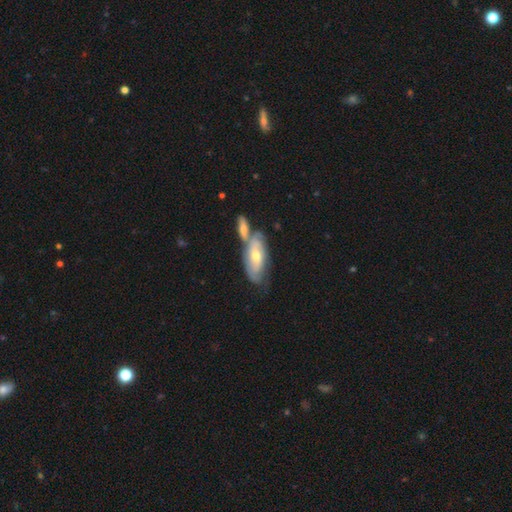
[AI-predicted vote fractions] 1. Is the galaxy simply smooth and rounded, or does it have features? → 61% featured or disk, 33% smooth, 6% star or artifact.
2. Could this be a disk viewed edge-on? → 85% no, 15% yes.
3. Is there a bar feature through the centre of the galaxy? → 69% no, 24% weak, 7% strong.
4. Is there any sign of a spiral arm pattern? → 72% yes, 28% no.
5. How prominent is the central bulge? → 59% moderate, 36% small, 3% large, 1% none, 1% dominant.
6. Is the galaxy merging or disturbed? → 43% merger, 35% none, 16% minor disturbance, 6% major disturbance.